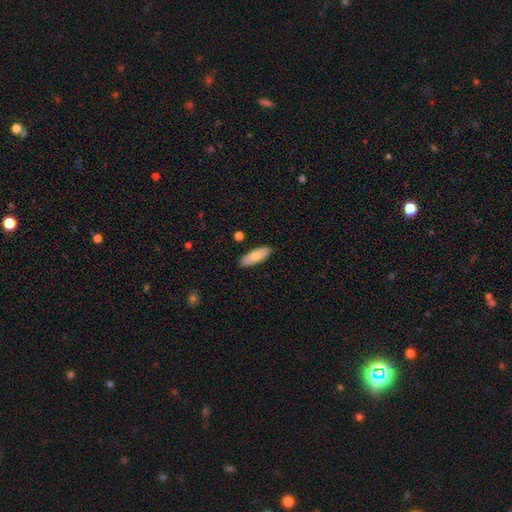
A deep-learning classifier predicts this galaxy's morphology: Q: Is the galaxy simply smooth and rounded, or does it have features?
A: smooth — 74%.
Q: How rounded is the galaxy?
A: in between — 70%.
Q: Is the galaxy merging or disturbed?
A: none — 87%.